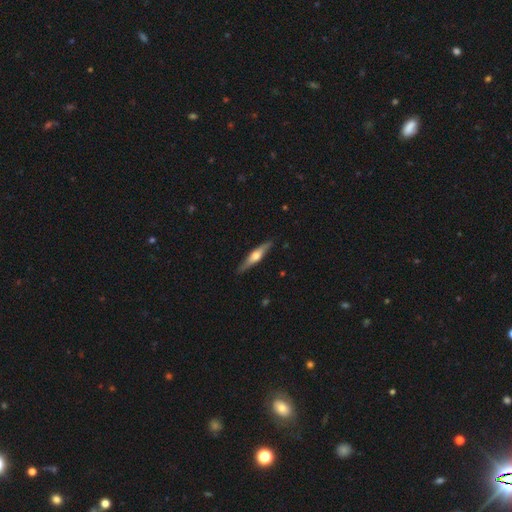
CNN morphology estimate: smooth-or-featured: featured or disk: 63% | smooth: 32% | star or artifact: 5%
  disk-edge-on: yes: 95% | no: 5%
    edge-on-bulge: rounded: 90% | boxy: 6% | none: 4%
  merging: none: 87% | minor disturbance: 10% | major disturbance: 2% | merger: 1%